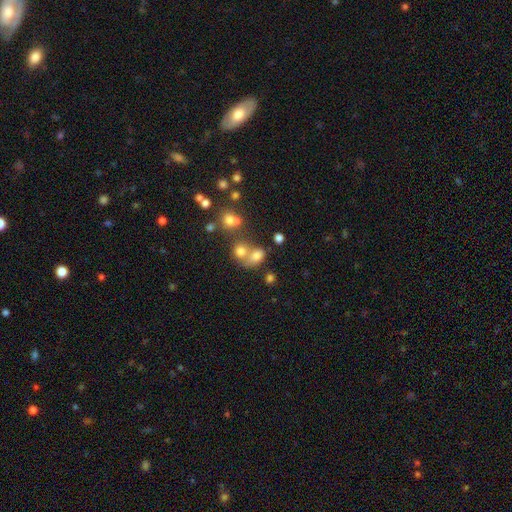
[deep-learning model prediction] smooth_or_featured: smooth (p=0.72) [alt: star or artifact p=0.15]
how_rounded: in between (p=0.61) [alt: round p=0.38]
merging: merger (p=0.43) [alt: none p=0.39]